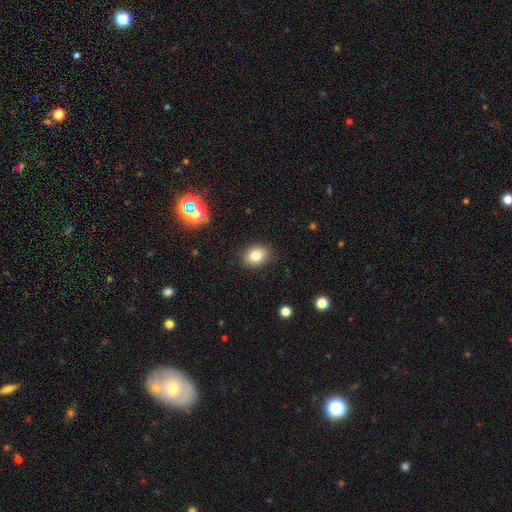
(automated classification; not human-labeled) The model was most divided on "how rounded": in between: 62%, round: 37%, cigar-shaped: 1%. More confident: merging — none (87%); smooth or featured — smooth (81%).